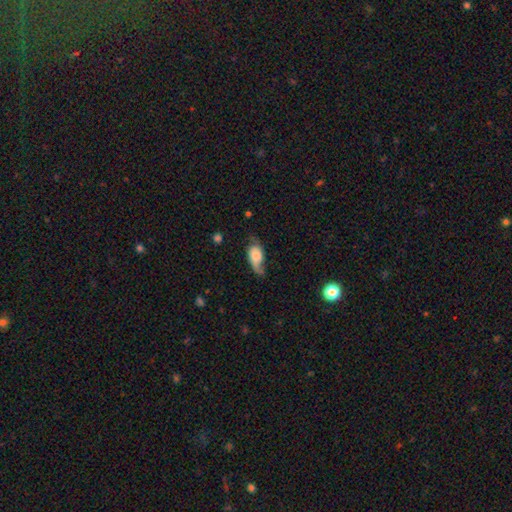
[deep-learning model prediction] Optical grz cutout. It shows a smooth galaxy with no disk features (49%). Merging: none (46%).